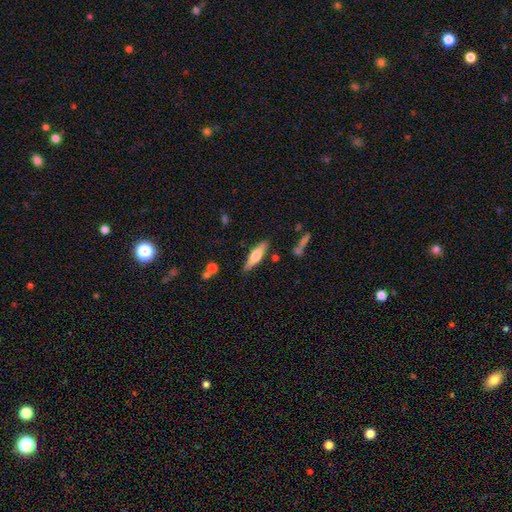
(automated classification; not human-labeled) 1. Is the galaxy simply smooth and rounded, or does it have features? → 49% smooth, 45% featured or disk, 6% star or artifact.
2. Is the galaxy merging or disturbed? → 84% none, 10% minor disturbance, 3% merger, 2% major disturbance.